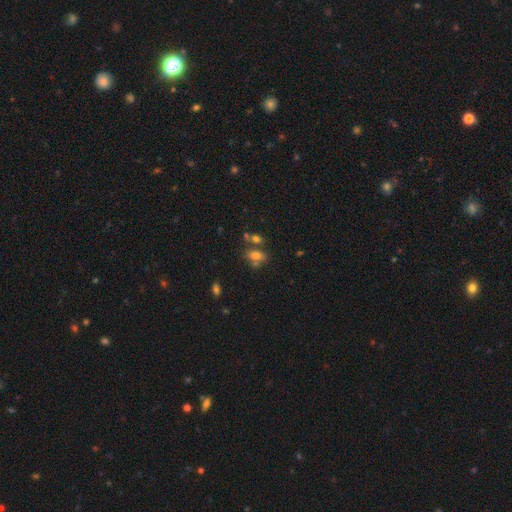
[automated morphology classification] Smooth or featured? smooth (68%)
How rounded? in between (79%)
Merging? none (53%)